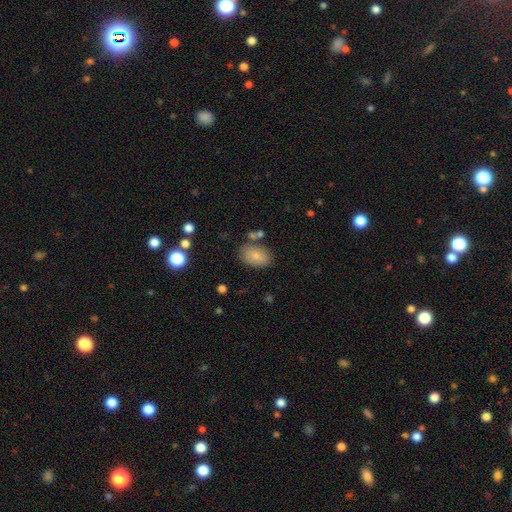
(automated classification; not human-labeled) Smooth or featured?
  - smooth: 83% *
  - featured or disk: 9%
  - star or artifact: 8%
How rounded?
  - in between: 89% *
  - round: 10%
  - cigar-shaped: 1%
Merging?
  - none: 74% *
  - minor disturbance: 15%
  - merger: 7%
  - major disturbance: 4%